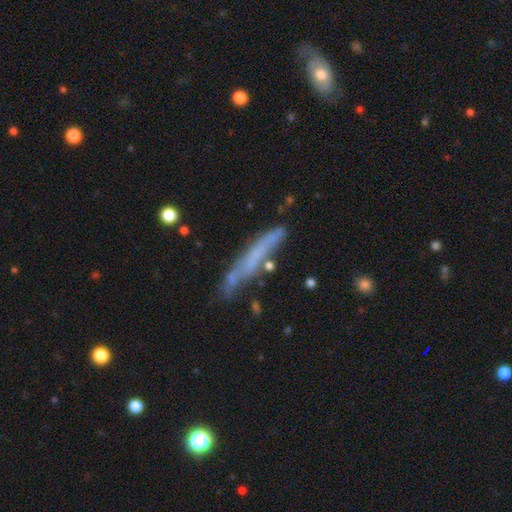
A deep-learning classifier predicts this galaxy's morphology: Q: Smooth or featured?
A: featured or disk (47%); runner-up: smooth (44%)
Q: Merging?
A: none (66%); runner-up: minor disturbance (22%)